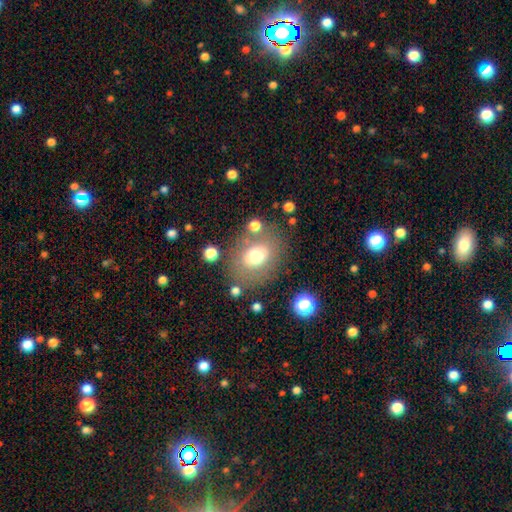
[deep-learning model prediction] smooth_or_featured: smooth (p=0.65) [alt: featured or disk p=0.23]
how_rounded: round (p=0.51) [alt: in between p=0.48]
merging: none (p=0.72) [alt: minor disturbance p=0.14]